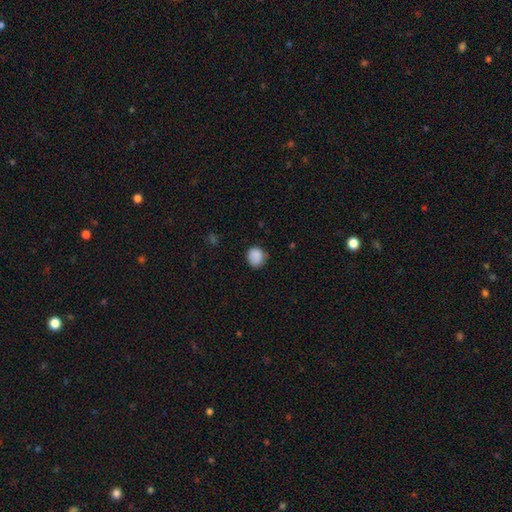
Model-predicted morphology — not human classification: This is clearly a smooth galaxy (87%). How rounded: likely round (75%). Merging: likely none (75%).